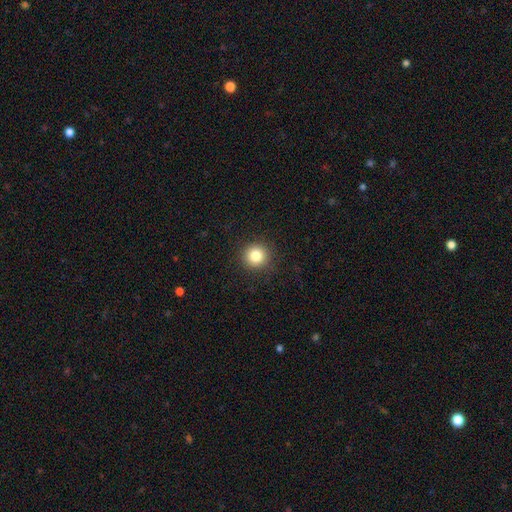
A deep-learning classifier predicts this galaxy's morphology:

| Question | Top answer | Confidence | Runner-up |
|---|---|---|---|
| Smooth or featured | smooth | 83% | star or artifact (11%) |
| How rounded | round | 94% | in between (5%) |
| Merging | none | 91% | minor disturbance (6%) |